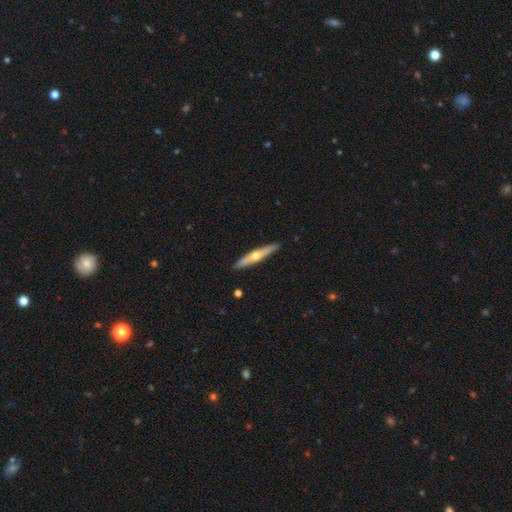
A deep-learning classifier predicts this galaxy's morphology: The model was most divided on "smooth or featured": featured or disk: 54%, smooth: 41%, star or artifact: 5%. More confident: edge-on disk — yes (93%); merging — none (90%); edge-on bulge — rounded (86%).